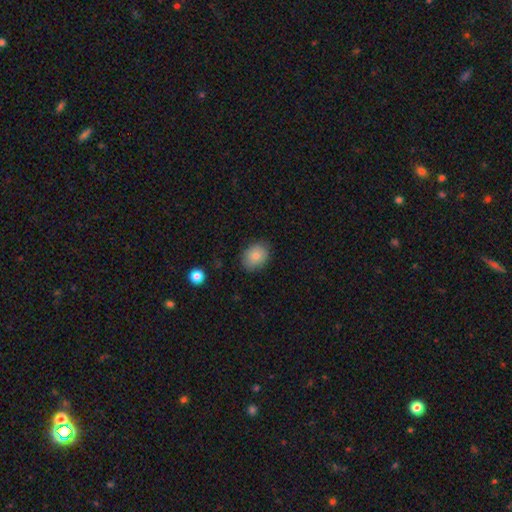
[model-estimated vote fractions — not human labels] Overall: smooth (84%). How rounded: in between (56%; round 43%). Merging: none (83%).